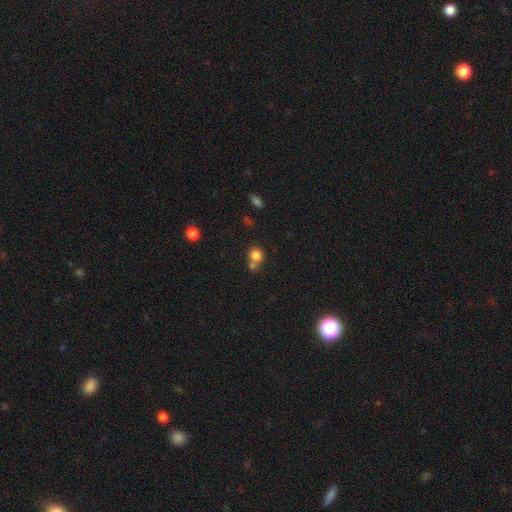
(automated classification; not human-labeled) smooth_or_featured: smooth (p=0.81) [alt: star or artifact p=0.12]
how_rounded: round (p=0.83) [alt: in between p=0.16]
merging: none (p=0.47) [alt: merger p=0.38]